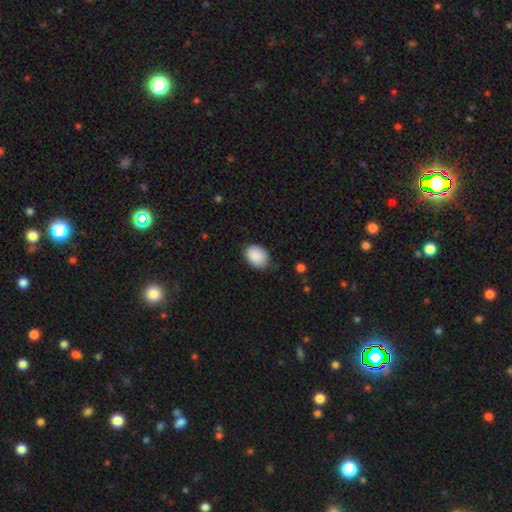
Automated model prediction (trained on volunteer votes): Smooth or featured?
  - smooth: 90% *
  - star or artifact: 7%
  - featured or disk: 3%
How rounded?
  - in between: 73% *
  - round: 26%
  - cigar-shaped: 1%
Merging?
  - none: 79% *
  - minor disturbance: 17%
  - major disturbance: 3%
  - merger: 1%